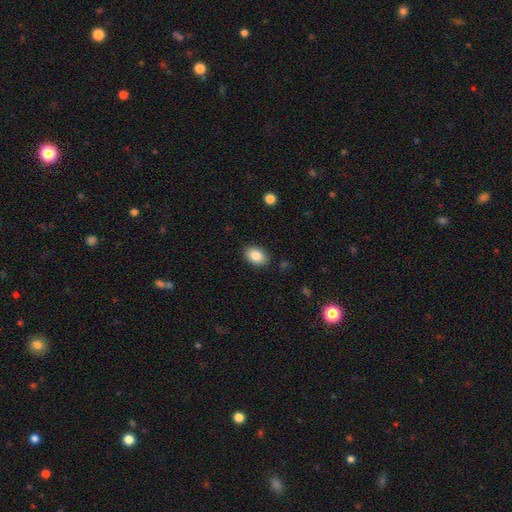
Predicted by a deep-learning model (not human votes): This appears to be a smooth galaxy with no disk features (86%) that is in between round and cigar-shaped (84%). Merging: none (88%).